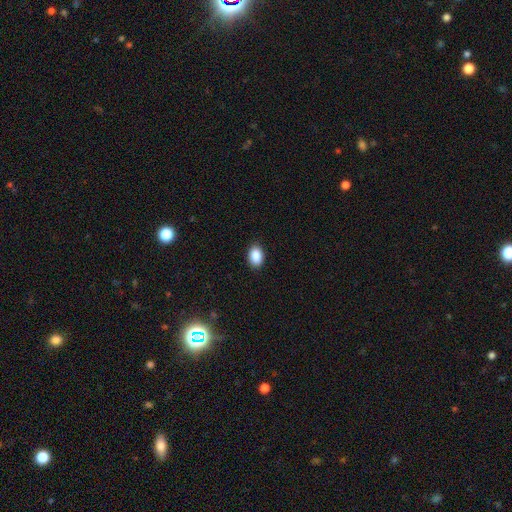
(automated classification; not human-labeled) A smooth galaxy with no disk features (89%) that is in between round and cigar-shaped (85%).

Vote fractions:
- Smooth or featured? smooth: 89% / star or artifact: 8% / featured or disk: 3%
- How rounded? in between: 85% / round: 14% / cigar-shaped: 1%
- Merging? none: 90% / minor disturbance: 8% / major disturbance: 2% / merger: 1%